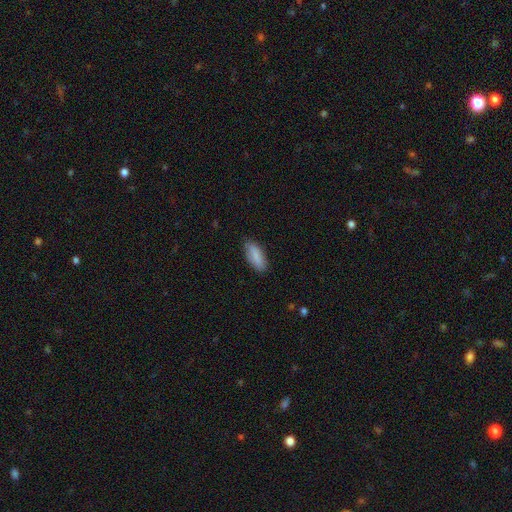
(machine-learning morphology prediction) smooth 85%, featured or disk 8%, star or artifact 6%. Down the decision tree: how rounded — in between (69%); merging — none (83%).